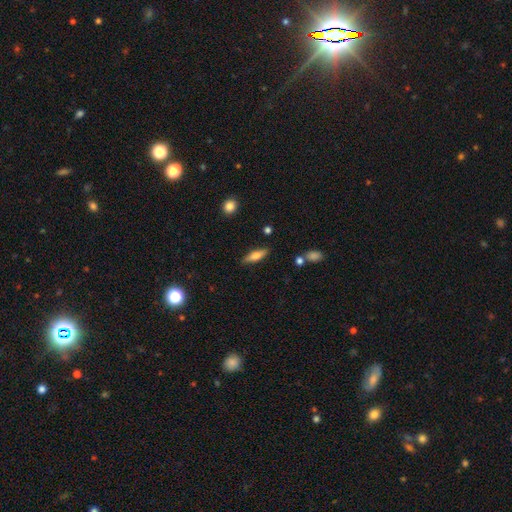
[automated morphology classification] Overall: smooth (62%; featured or disk 31%). How rounded: cigar-shaped (50%; in between 48%). Merging: none (84%).